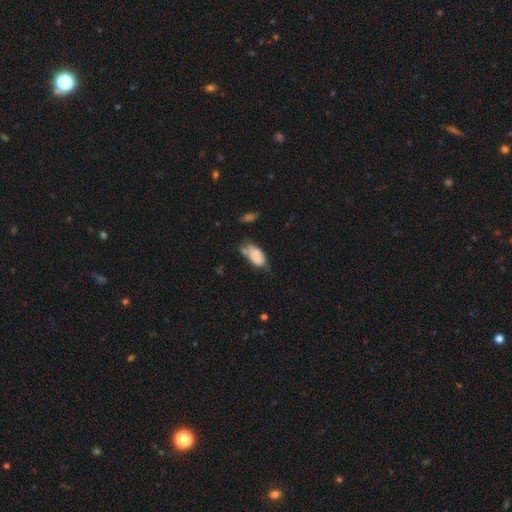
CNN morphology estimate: Q: Smooth or featured?
A: smooth (74%); runner-up: featured or disk (18%)
Q: How rounded?
A: in between (92%); runner-up: cigar-shaped (5%)
Q: Merging?
A: minor disturbance (38%); runner-up: none (35%)